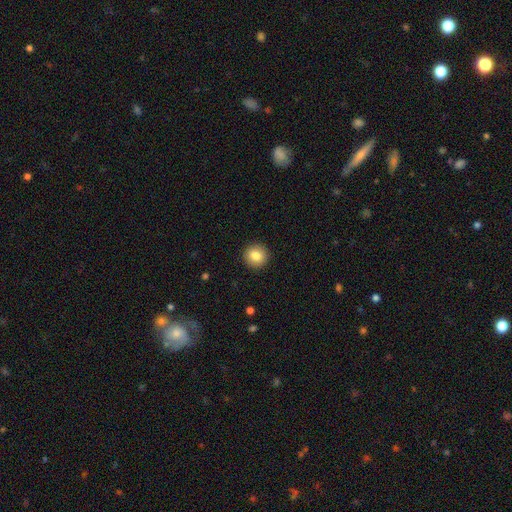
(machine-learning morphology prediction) smooth-or-featured: smooth: 84% | star or artifact: 9% | featured or disk: 8%
  how-rounded: round: 93% | in between: 6% | cigar-shaped: 1%
  merging: none: 92% | minor disturbance: 5% | major disturbance: 2% | merger: 1%